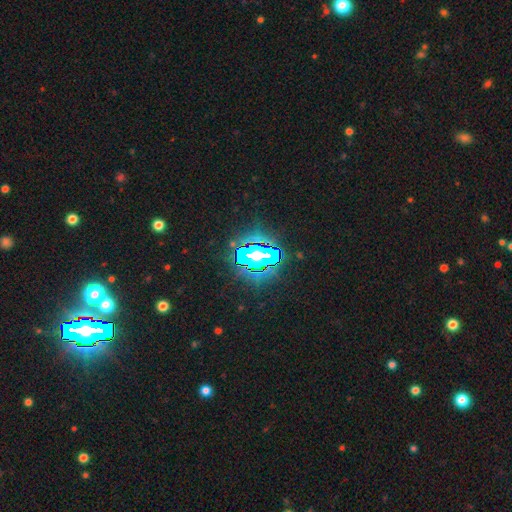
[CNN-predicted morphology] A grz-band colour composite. It shows a star or artifact, not a galaxy (83%).